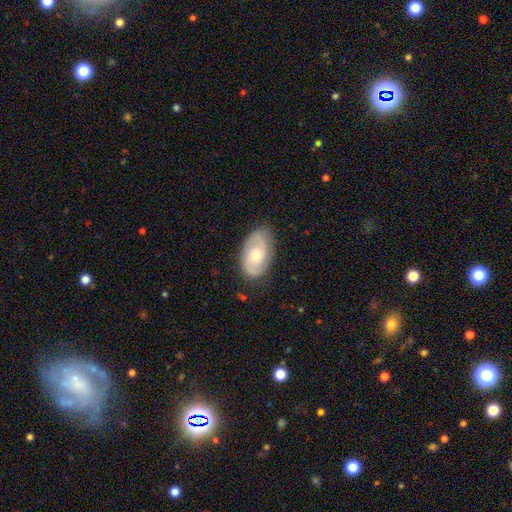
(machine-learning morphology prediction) Smooth or featured?
  - featured or disk: 76% *
  - smooth: 19%
  - star or artifact: 5%
Edge-on disk?
  - no: 97% *
  - yes: 3%
Bar?
  - no: 62% *
  - weak: 33%
  - strong: 5%
Spiral arms?
  - yes: 95% *
  - no: 5%
Spiral winding?
  - medium: 46% *
  - tight: 40%
  - loose: 14%
Spiral arm count?
  - 2: 87% *
  - can't tell: 7%
  - 1: 2%
  - 3: 2%
  - 4: 1%
  - more than 4: 1%
Bulge size?
  - moderate: 49% *
  - small: 36%
  - large: 8%
  - none: 6%
  - dominant: 2%
Merging?
  - none: 80% *
  - minor disturbance: 15%
  - major disturbance: 4%
  - merger: 1%